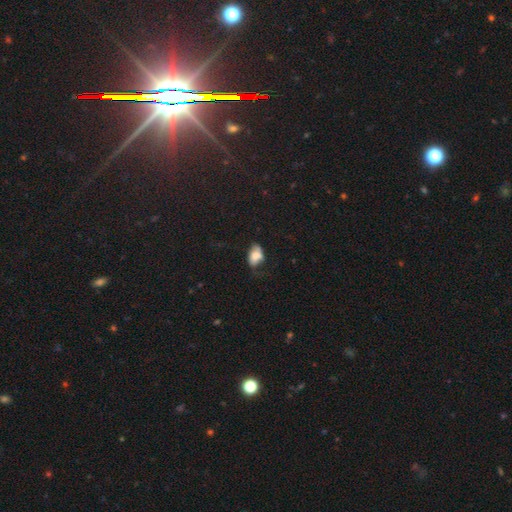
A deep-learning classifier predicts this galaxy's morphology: smooth-or-featured: smooth: 71% | featured or disk: 19% | star or artifact: 9%
  how-rounded: in between: 89% | round: 9% | cigar-shaped: 2%
  merging: none: 43% | minor disturbance: 35% | major disturbance: 17% | merger: 5%